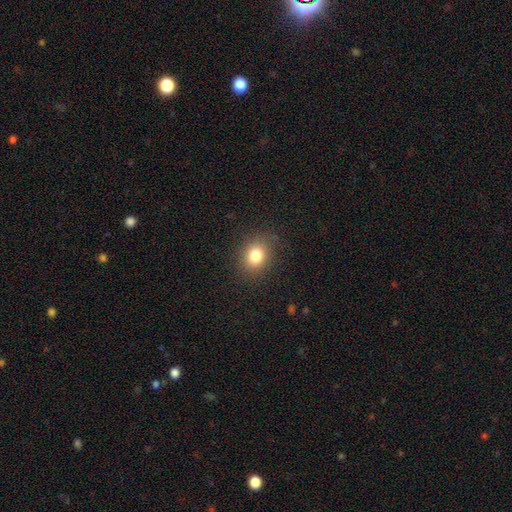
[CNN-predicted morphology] type=smooth (81%); roundness=round (53%); merging=none (84%).